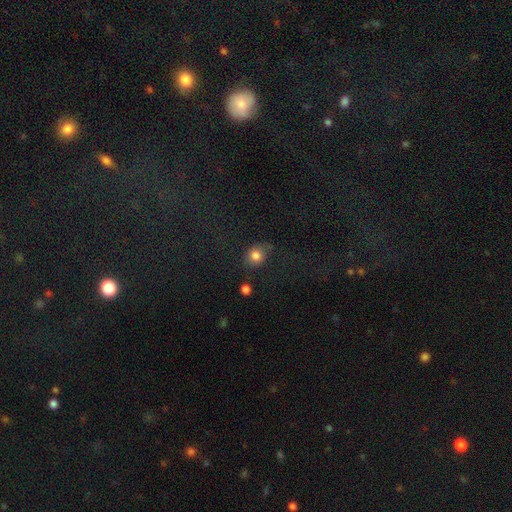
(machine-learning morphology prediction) smooth-or-featured: smooth: 81% | star or artifact: 12% | featured or disk: 8%
  how-rounded: round: 67% | in between: 32% | cigar-shaped: 1%
  merging: none: 68% | minor disturbance: 22% | major disturbance: 7% | merger: 3%